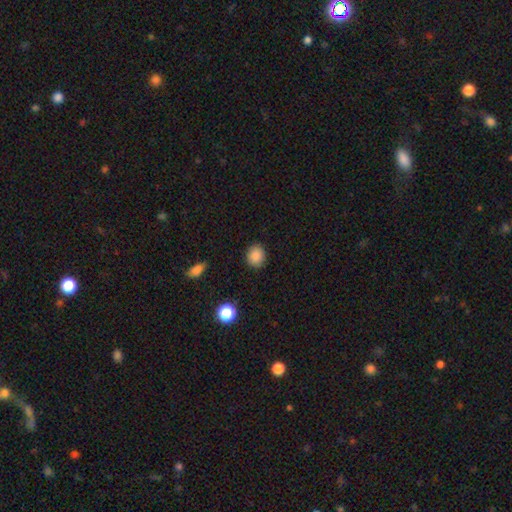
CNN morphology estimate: This appears to be a smooth galaxy with no disk features (87%) that is round (72%). Merging: none (88%).